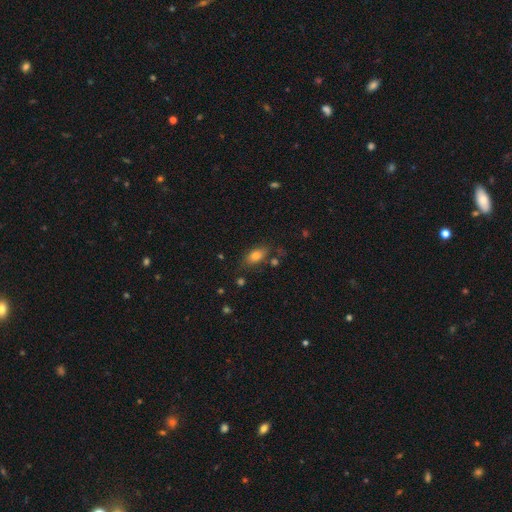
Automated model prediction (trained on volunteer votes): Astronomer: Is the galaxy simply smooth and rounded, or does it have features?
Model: smooth — 78%.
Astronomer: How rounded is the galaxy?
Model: in between — 86%.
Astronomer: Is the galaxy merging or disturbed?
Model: none — 72%.